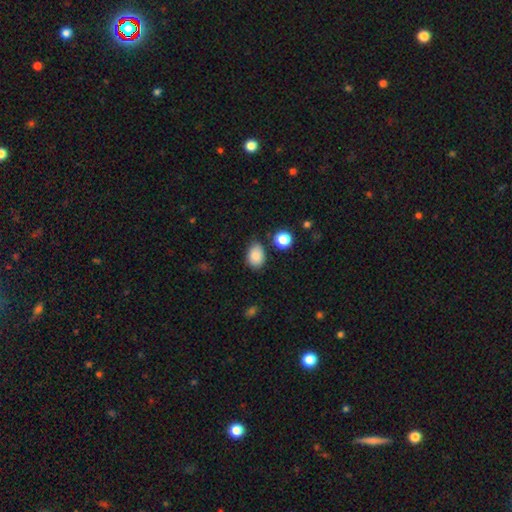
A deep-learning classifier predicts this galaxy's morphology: Smooth or featured: smooth — 85% (star or artifact — 9%)
How rounded: in between — 74% (round — 25%)
Merging: none — 72% (minor disturbance — 20%)